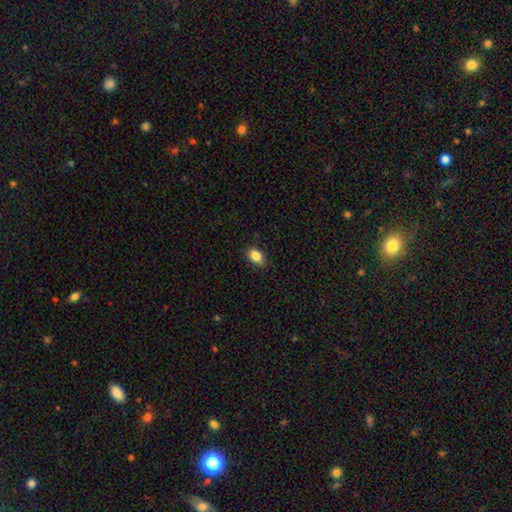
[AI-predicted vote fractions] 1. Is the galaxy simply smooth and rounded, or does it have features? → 86% smooth, 9% star or artifact, 6% featured or disk.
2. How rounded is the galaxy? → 83% in between, 15% round, 2% cigar-shaped.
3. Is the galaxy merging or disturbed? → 85% none, 12% minor disturbance, 2% major disturbance, 1% merger.